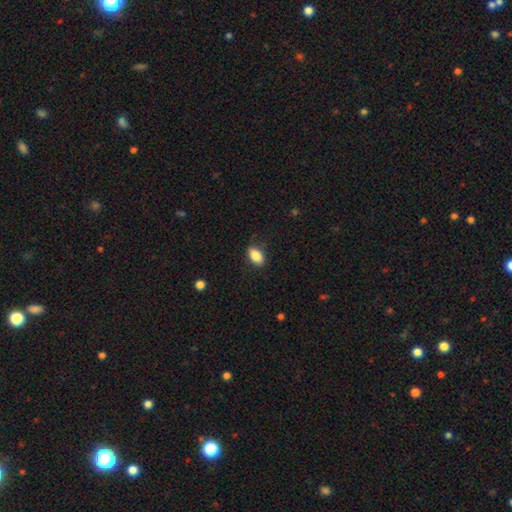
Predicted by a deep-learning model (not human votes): This appears to be a smooth galaxy with no disk features (86%) that is in between round and cigar-shaped (89%). Merging: none (83%).